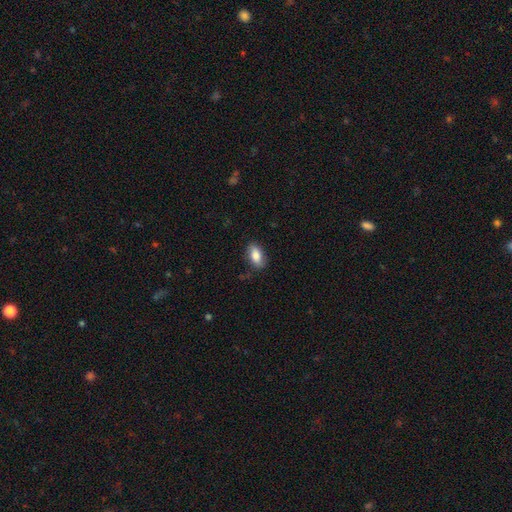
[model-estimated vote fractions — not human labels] A smooth galaxy with no disk features (81%) that is in between round and cigar-shaped (89%).

Vote fractions:
- Smooth or featured? smooth: 81% / featured or disk: 12% / star or artifact: 7%
- How rounded? in between: 89% / cigar-shaped: 7% / round: 4%
- Merging? none: 81% / minor disturbance: 15% / major disturbance: 3% / merger: 1%